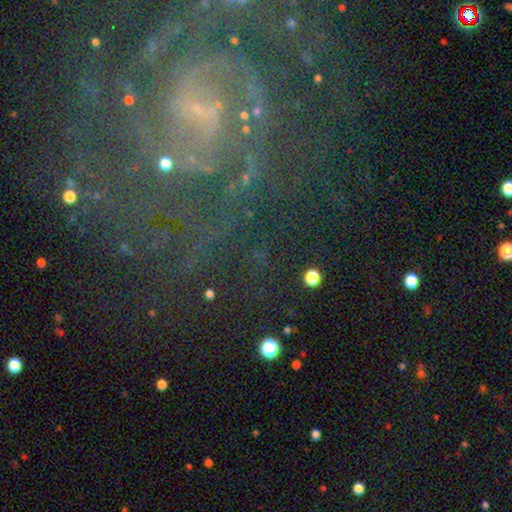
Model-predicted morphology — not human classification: Smooth or featured? Predicted: featured or disk (p=0.76). Edge-on disk? Predicted: no (p=0.97). Bar? Predicted: weak (p=0.41). Spiral arms? Predicted: yes (p=0.90). Spiral winding? Predicted: tight (p=0.56). Spiral arm count? Predicted: can't tell (p=0.31). Bulge size? Predicted: small (p=0.59). Merging? Predicted: none (p=0.67).